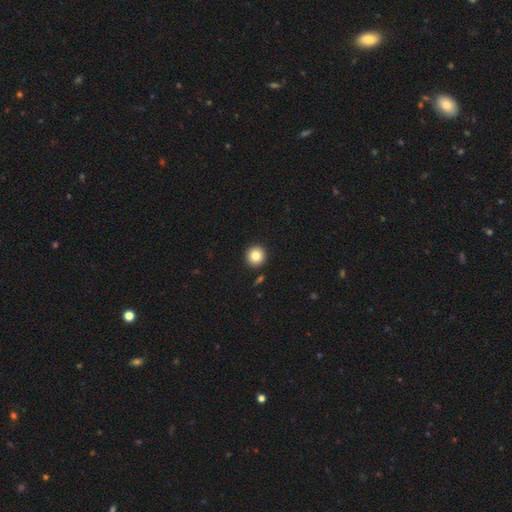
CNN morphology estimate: Smooth or featured? smooth (83%)
How rounded? round (95%)
Merging? none (91%)